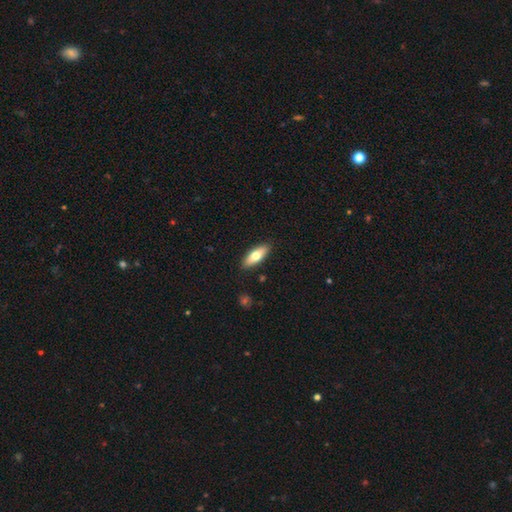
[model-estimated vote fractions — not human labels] A smooth galaxy with no disk features (68%) that is in between round and cigar-shaped (65%). Merging: none (89%).